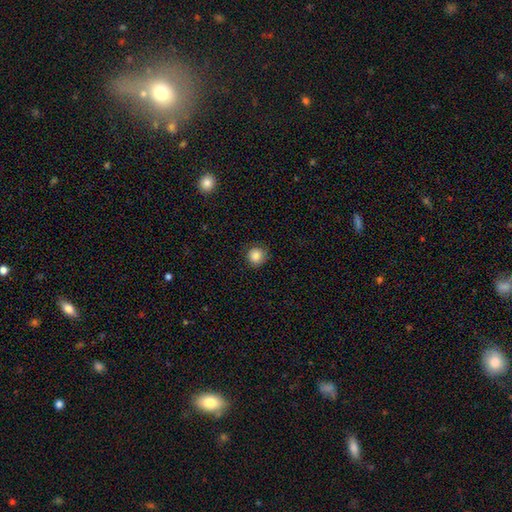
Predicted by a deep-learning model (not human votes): A smooth galaxy with no disk features (86%) that is round (93%).

Vote fractions:
- Smooth or featured? smooth: 86% / star or artifact: 10% / featured or disk: 5%
- How rounded? round: 93% / in between: 6% / cigar-shaped: 1%
- Merging? none: 85% / minor disturbance: 11% / major disturbance: 3% / merger: 1%